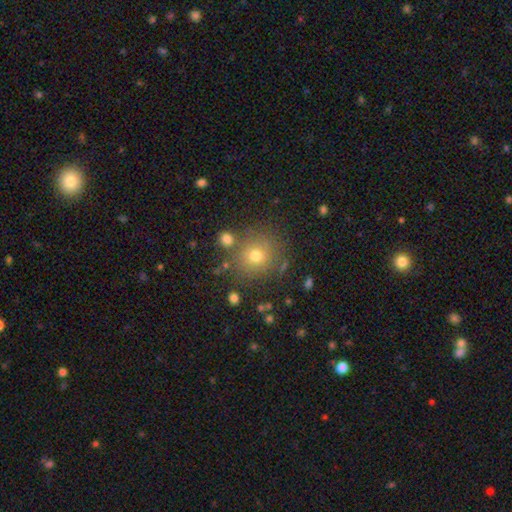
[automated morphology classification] type=smooth (71%); roundness=round (87%); merging=none (80%).